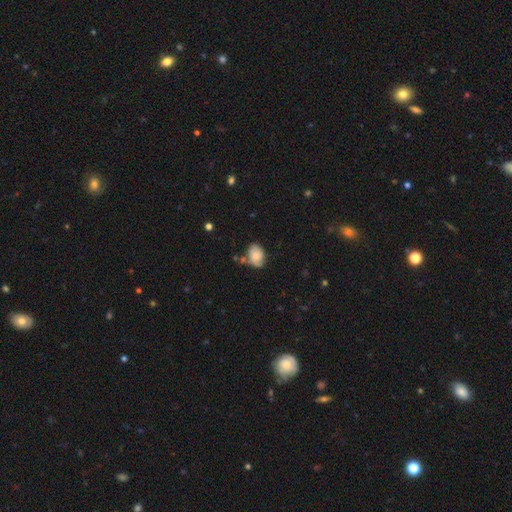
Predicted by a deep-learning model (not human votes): smooth 59%, featured or disk 32%, star or artifact 9%. Down the decision tree: how rounded — in between (75%); merging — none (51%).